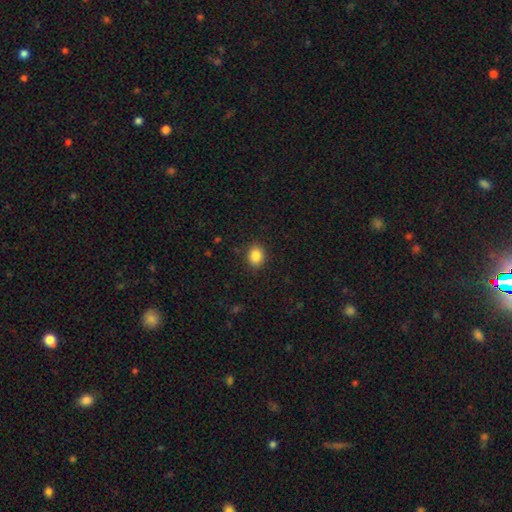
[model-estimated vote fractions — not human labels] Morphology: type=smooth (85%); roundness=round (50%); merging=none (88%).